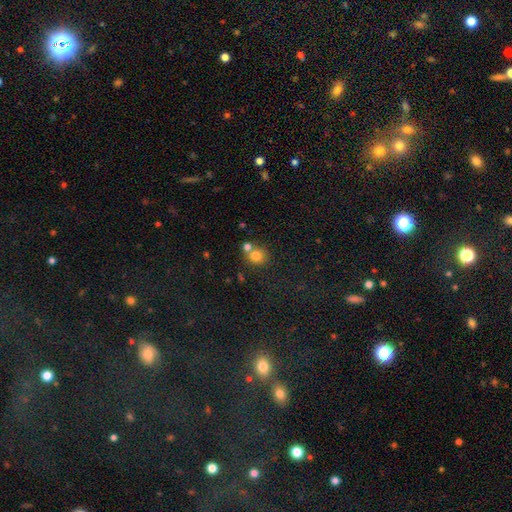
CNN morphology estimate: smooth-or-featured: smooth: 79% | star or artifact: 12% | featured or disk: 9%
  how-rounded: round: 85% | in between: 14% | cigar-shaped: 1%
  merging: none: 55% | merger: 33% | minor disturbance: 9% | major disturbance: 3%